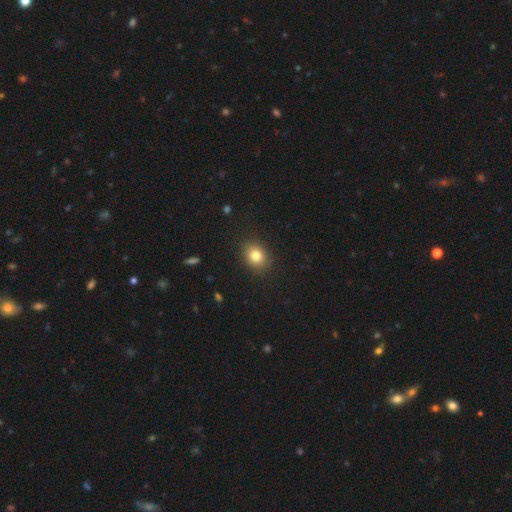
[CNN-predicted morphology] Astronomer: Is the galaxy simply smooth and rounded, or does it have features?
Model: smooth — 82%.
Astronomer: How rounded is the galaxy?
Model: round — 54% (runner-up: in between, 45%).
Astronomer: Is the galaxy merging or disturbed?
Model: none — 88%.